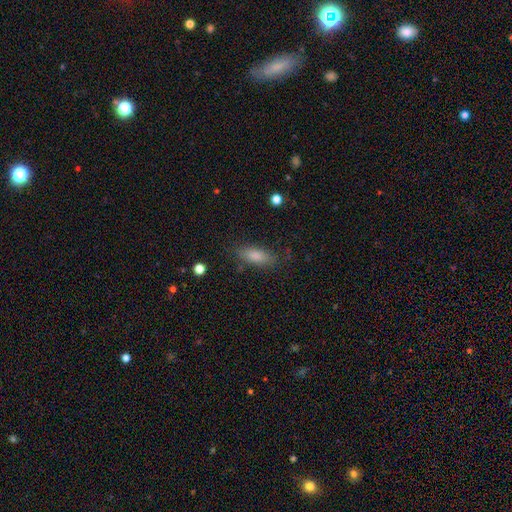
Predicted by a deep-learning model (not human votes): This appears to be a smooth galaxy with no disk features (81%) that is in between round and cigar-shaped (69%). Merging: none (80%).